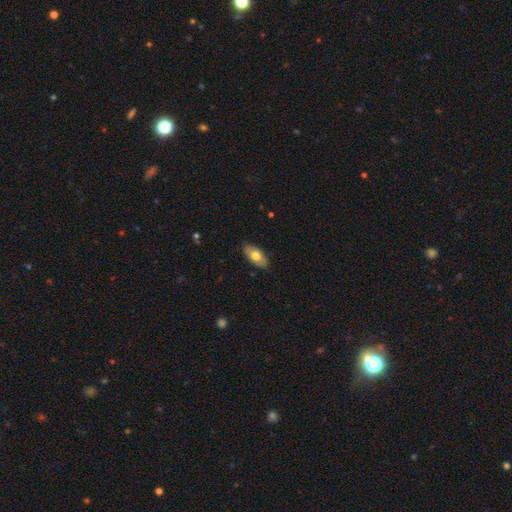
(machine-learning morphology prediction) smooth_or_featured: smooth (p=0.69) [alt: featured or disk p=0.25]
how_rounded: in between (p=0.92) [alt: cigar-shaped p=0.05]
merging: none (p=0.86) [alt: minor disturbance p=0.11]